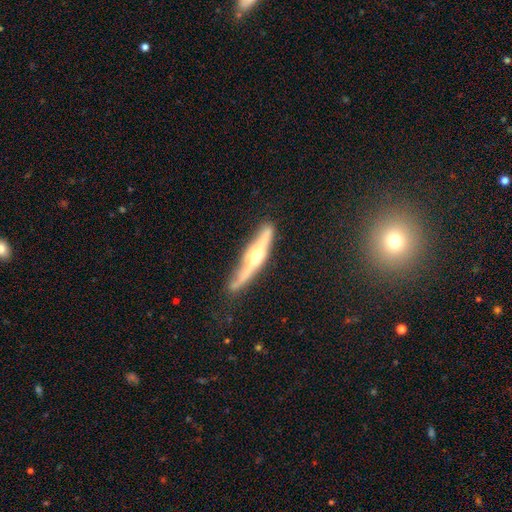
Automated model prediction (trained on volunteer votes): featured or disk 73%, smooth 21%, star or artifact 6%. Down the decision tree: edge-on disk — yes (93%); edge-on bulge — rounded (87%); merging — none (73%).